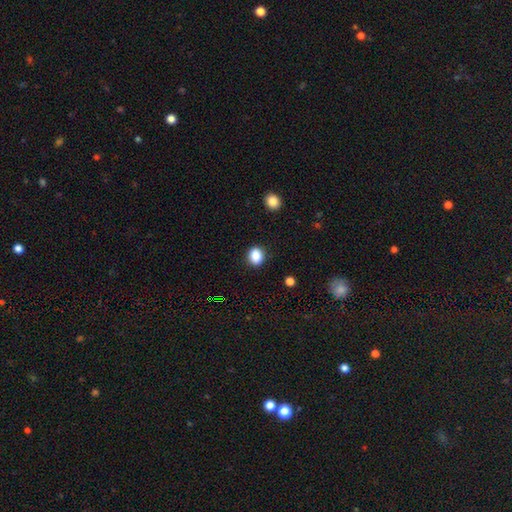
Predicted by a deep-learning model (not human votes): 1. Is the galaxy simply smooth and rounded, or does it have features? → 86% smooth, 10% star or artifact, 4% featured or disk.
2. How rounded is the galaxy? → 63% round, 36% in between, 1% cigar-shaped.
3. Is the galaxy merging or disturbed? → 89% none, 7% minor disturbance, 2% major disturbance, 1% merger.